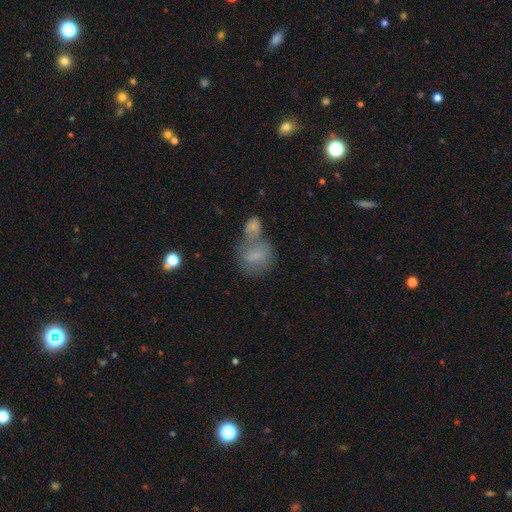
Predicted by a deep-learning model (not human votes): This appears to be a smooth galaxy with no disk features (67%) that is round (66%). Merging: merger (56%).